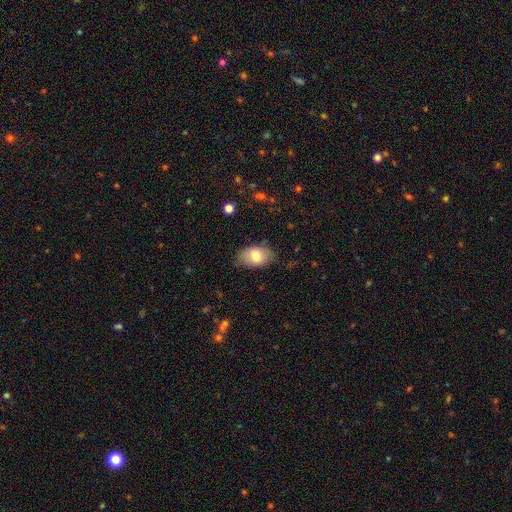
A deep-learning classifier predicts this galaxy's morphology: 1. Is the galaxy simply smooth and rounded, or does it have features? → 78% smooth, 15% featured or disk, 7% star or artifact.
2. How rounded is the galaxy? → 90% in between, 8% round, 1% cigar-shaped.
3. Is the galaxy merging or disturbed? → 78% none, 17% minor disturbance, 4% major disturbance, 1% merger.